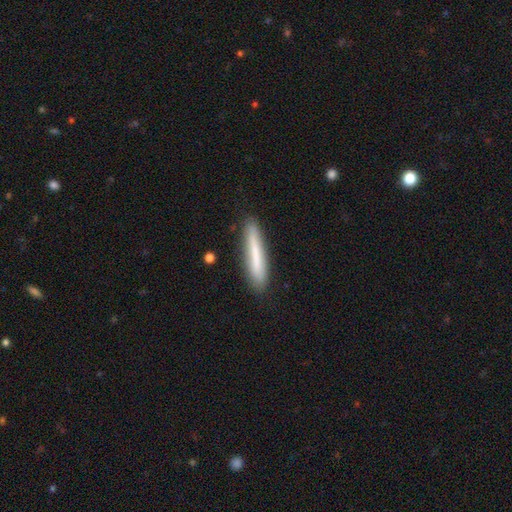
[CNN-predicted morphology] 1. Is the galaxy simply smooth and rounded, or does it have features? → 69% smooth, 24% featured or disk, 7% star or artifact.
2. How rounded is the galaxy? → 93% cigar-shaped, 6% in between, 1% round.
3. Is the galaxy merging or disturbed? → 85% none, 11% minor disturbance, 2% major disturbance, 2% merger.